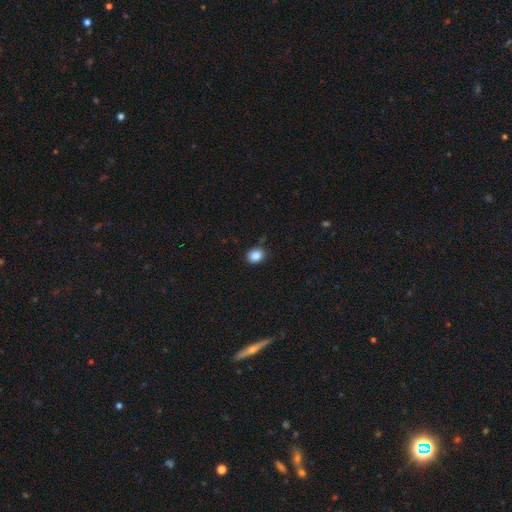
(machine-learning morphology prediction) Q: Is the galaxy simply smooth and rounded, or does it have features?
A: smooth — 86%.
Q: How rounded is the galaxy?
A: round — 56%.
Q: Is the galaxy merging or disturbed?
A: none — 86%.